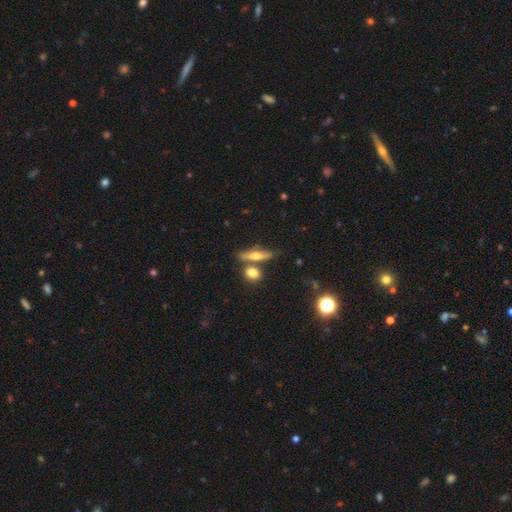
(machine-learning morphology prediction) smooth_or_featured: featured or disk (p=0.49) [alt: smooth p=0.42]
merging: none (p=0.67) [alt: merger p=0.18]